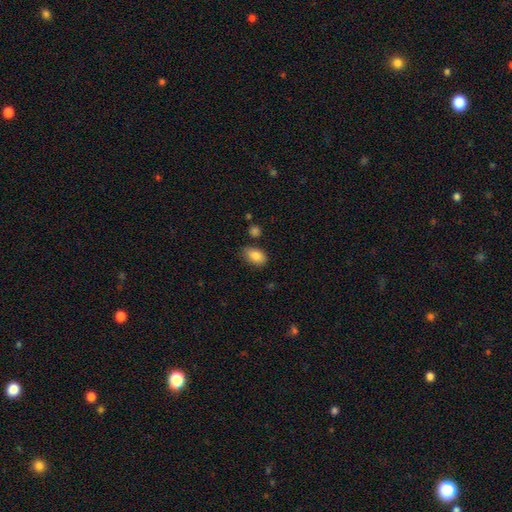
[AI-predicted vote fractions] Smooth or featured: smooth — 85% (star or artifact — 8%)
How rounded: in between — 89% (round — 9%)
Merging: none — 73% (minor disturbance — 19%)